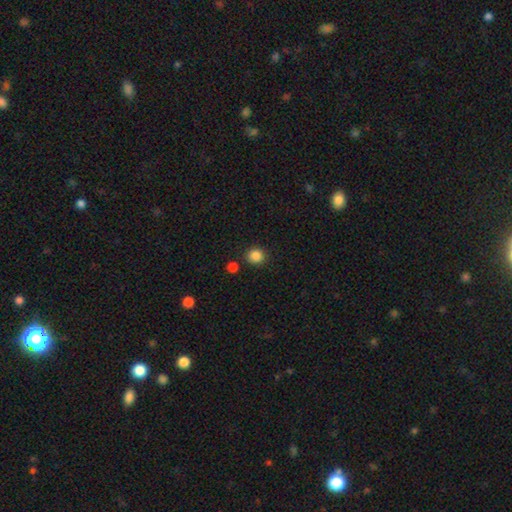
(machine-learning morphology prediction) A smooth galaxy with no disk features (86%) that is round (89%).

Vote fractions:
- Smooth or featured? smooth: 86% / star or artifact: 11% / featured or disk: 3%
- How rounded? round: 89% / in between: 10% / cigar-shaped: 1%
- Merging? none: 87% / minor disturbance: 6% / merger: 4% / major disturbance: 2%